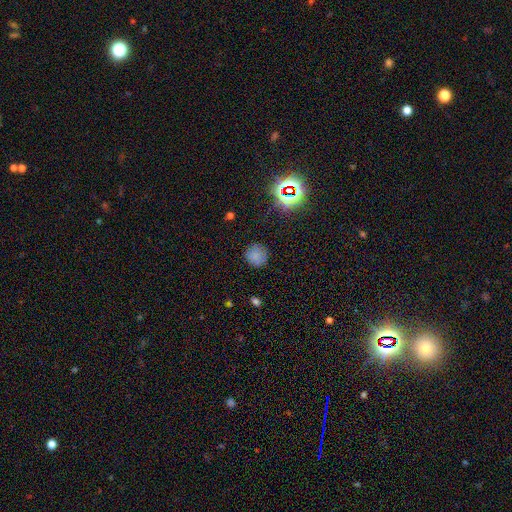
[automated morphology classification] Smooth or featured: smooth — 75% (star or artifact — 18%)
How rounded: round — 92% (in between — 7%)
Merging: none — 83% (minor disturbance — 12%)